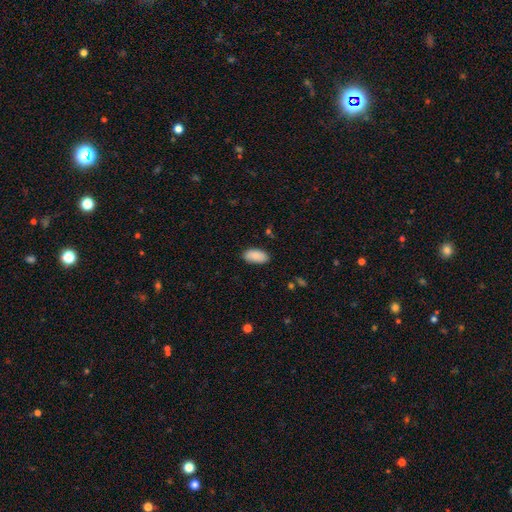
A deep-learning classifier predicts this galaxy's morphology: A smooth galaxy with no disk features (88%) that is in between round and cigar-shaped (94%). Merging: none (83%).